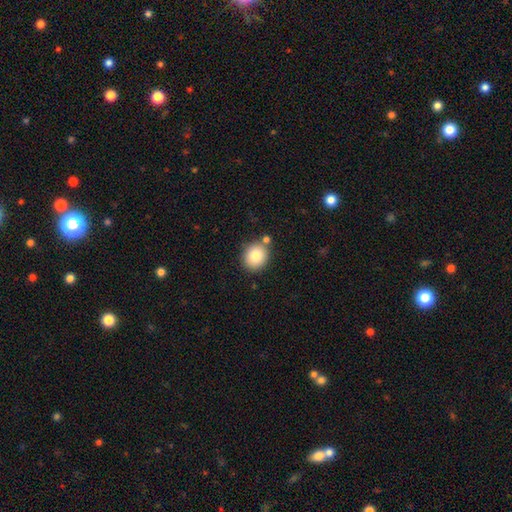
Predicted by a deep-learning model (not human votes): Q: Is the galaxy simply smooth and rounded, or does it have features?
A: smooth — 81%.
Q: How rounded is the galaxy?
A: round — 81%.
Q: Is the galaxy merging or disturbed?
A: none — 78%.